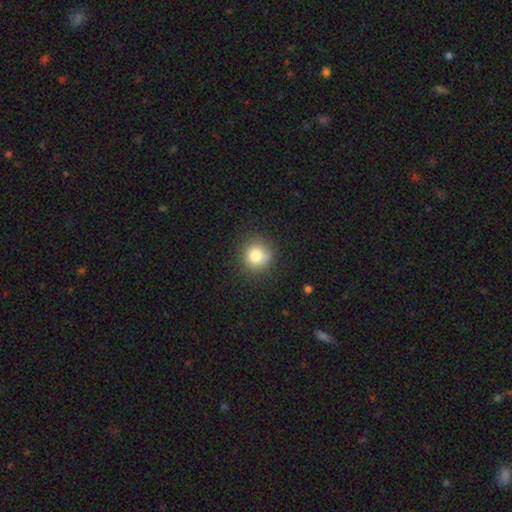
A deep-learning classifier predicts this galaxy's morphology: Q: Smooth or featured?
A: smooth (79%); runner-up: star or artifact (11%)
Q: How rounded?
A: round (90%); runner-up: in between (10%)
Q: Merging?
A: none (77%); runner-up: minor disturbance (16%)